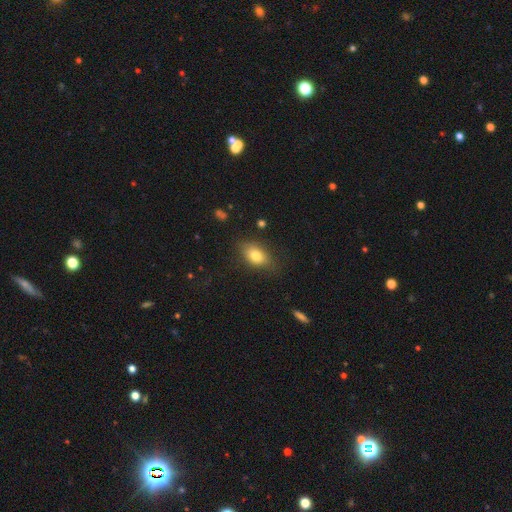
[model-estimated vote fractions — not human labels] Morphology: type=smooth (78%); roundness=in between (83%); merging=none (75%).